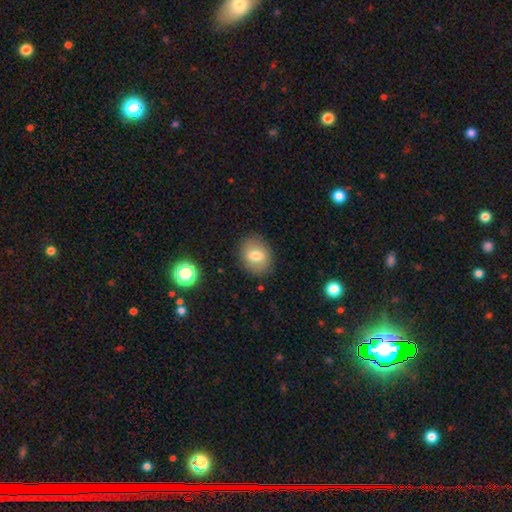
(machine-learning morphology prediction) This appears to be a smooth galaxy with no disk features (70%) that is in between round and cigar-shaped (53%). Merging: none (84%).